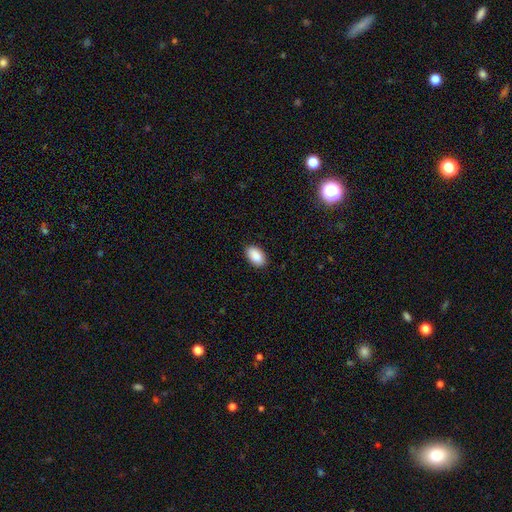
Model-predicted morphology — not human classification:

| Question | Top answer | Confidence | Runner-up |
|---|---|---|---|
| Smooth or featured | smooth | 90% | star or artifact (7%) |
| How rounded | in between | 94% | round (5%) |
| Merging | none | 89% | minor disturbance (8%) |